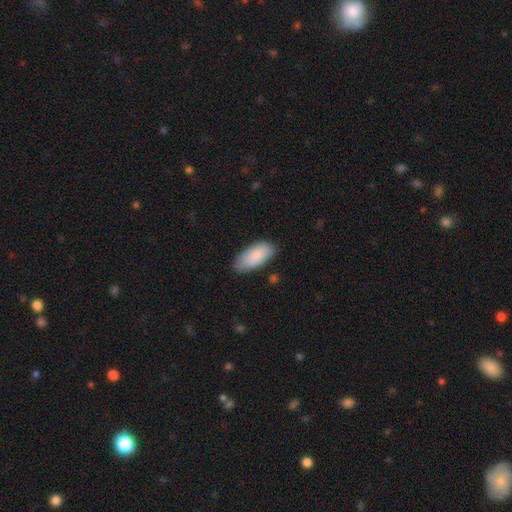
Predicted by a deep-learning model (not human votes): Overall: smooth (84%). How rounded: in between (91%). Merging: none (74%).